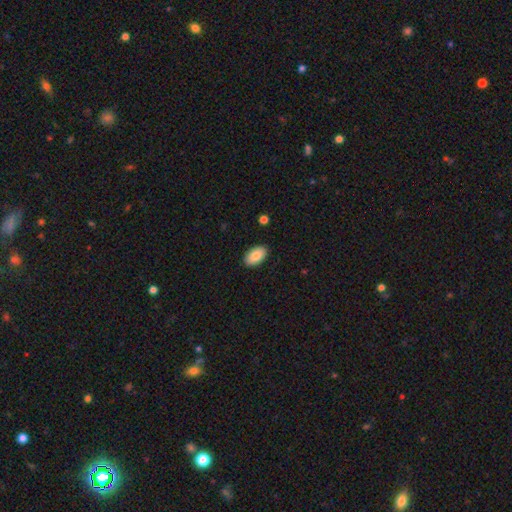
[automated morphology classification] smooth_or_featured: smooth (p=0.87) [alt: featured or disk p=0.07]
how_rounded: in between (p=0.95) [alt: round p=0.03]
merging: none (p=0.89) [alt: minor disturbance p=0.08]